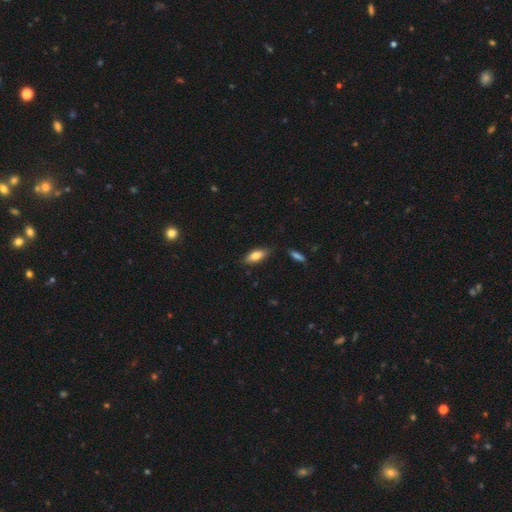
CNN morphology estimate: A smooth galaxy with no disk features (75%) that is in between round and cigar-shaped (74%). Merging: none (82%).